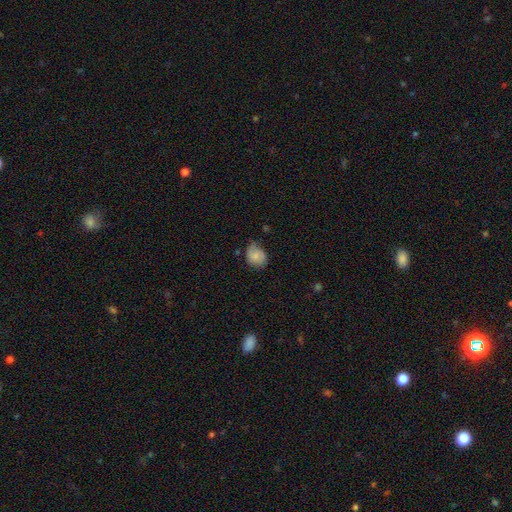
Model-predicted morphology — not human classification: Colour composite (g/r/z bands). It shows a smooth galaxy with no disk features (71%) that is round (50%). Merging: none (54%).